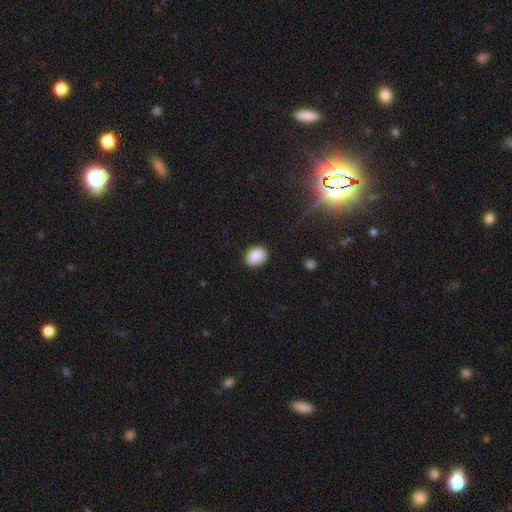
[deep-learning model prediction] Smooth or featured?
  - smooth: 88% *
  - star or artifact: 8%
  - featured or disk: 4%
How rounded?
  - in between: 68% *
  - round: 31%
  - cigar-shaped: 1%
Merging?
  - none: 86% *
  - minor disturbance: 10%
  - major disturbance: 2%
  - merger: 1%